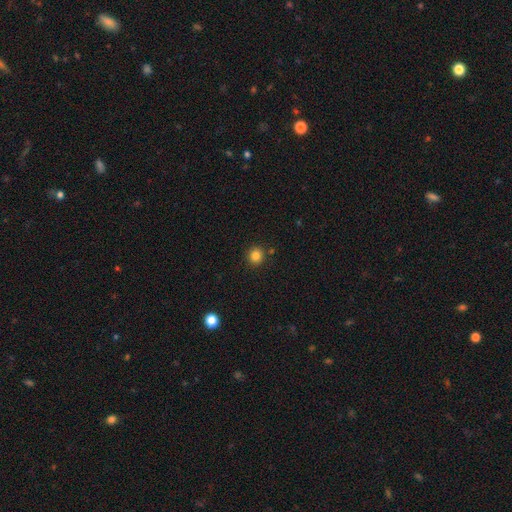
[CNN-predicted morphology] A smooth galaxy with no disk features (83%) that is round (92%). Merging: none (88%).